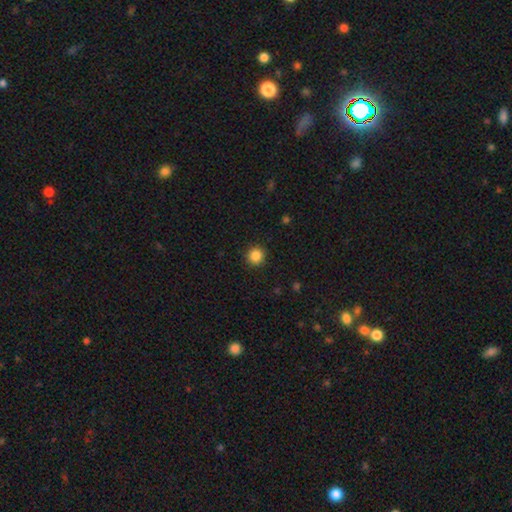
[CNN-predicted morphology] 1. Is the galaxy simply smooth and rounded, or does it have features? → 86% smooth, 11% star or artifact, 3% featured or disk.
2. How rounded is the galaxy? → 95% round, 4% in between, 1% cigar-shaped.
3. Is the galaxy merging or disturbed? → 91% none, 6% minor disturbance, 2% major disturbance, 1% merger.